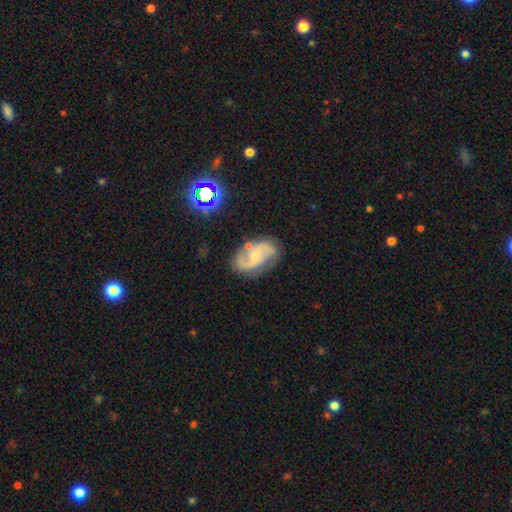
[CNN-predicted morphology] smooth_or_featured: featured or disk (p=0.82) [alt: smooth p=0.11]
disk_edge_on: no (p=0.97) [alt: yes p=0.03]
bar: no (p=0.53) [alt: weak p=0.37]
has_spiral_arms: yes (p=0.96) [alt: no p=0.04]
spiral_winding: medium (p=0.49) [alt: loose p=0.31]
spiral_arm_count: 2 (p=0.89) [alt: can't tell p=0.05]
bulge_size: small (p=0.66) [alt: moderate p=0.25]
merging: none (p=0.73) [alt: minor disturbance p=0.17]